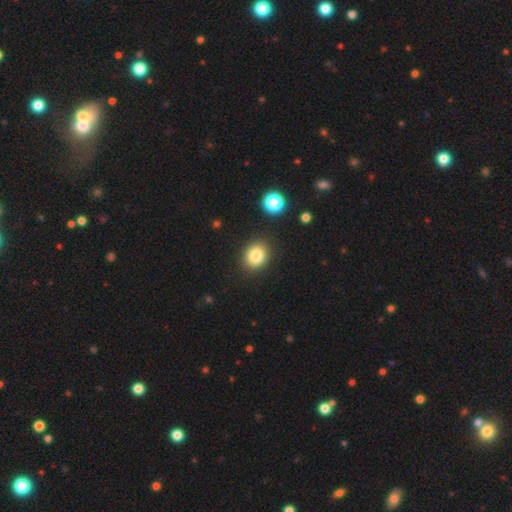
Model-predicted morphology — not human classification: Smooth or featured?
  - smooth: 83% *
  - star or artifact: 10%
  - featured or disk: 6%
How rounded?
  - round: 62% *
  - in between: 37%
  - cigar-shaped: 1%
Merging?
  - none: 87% *
  - minor disturbance: 8%
  - major disturbance: 3%
  - merger: 2%